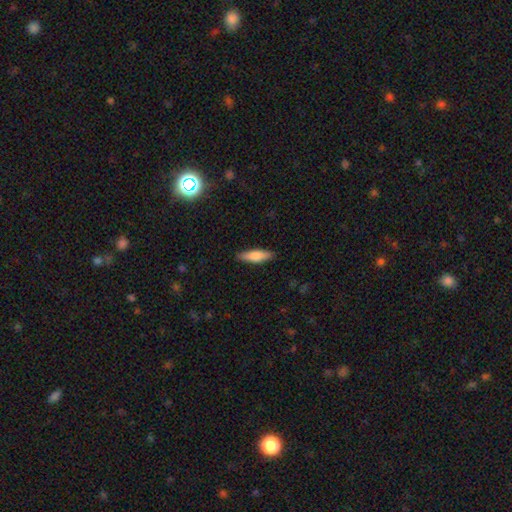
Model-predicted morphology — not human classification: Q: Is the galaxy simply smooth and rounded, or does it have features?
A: smooth — 75%.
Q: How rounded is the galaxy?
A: cigar-shaped — 53%.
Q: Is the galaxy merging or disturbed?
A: none — 87%.